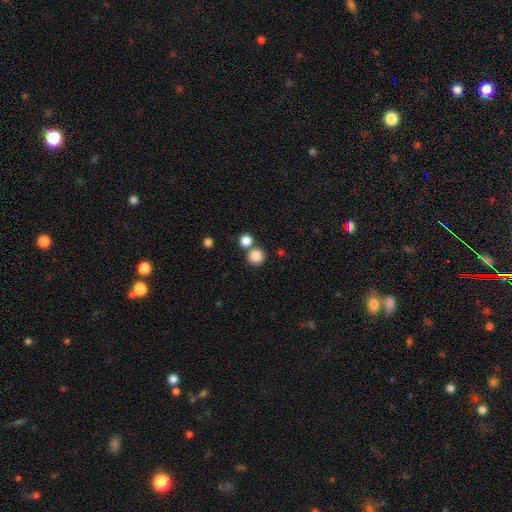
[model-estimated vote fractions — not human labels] Smooth or featured? Predicted: smooth (p=0.85). How rounded? Predicted: round (p=0.92). Merging? Predicted: none (p=0.66).